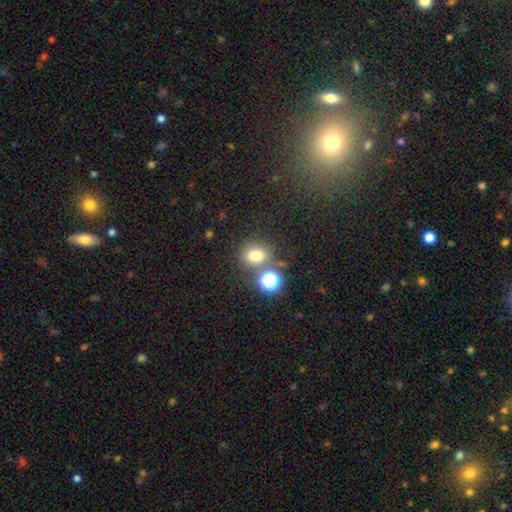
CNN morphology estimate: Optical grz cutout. It shows a smooth galaxy with no disk features (71%) that is round (59%). Merging: none (67%).